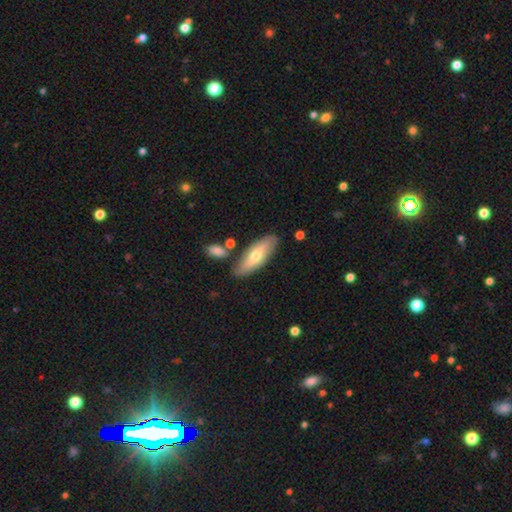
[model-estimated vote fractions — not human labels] smooth 56%, featured or disk 38%, star or artifact 6%. Down the decision tree: how rounded — in between (67%); merging — none (78%).